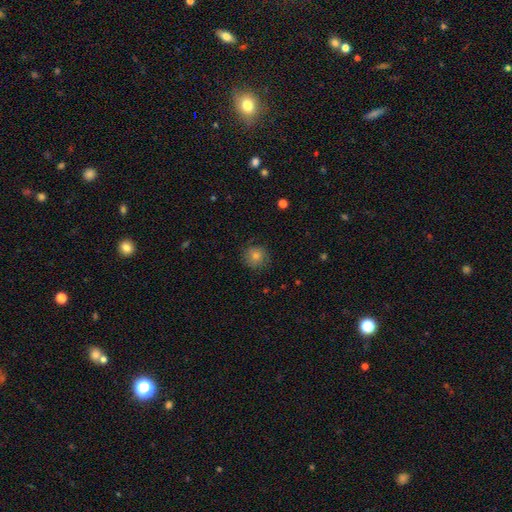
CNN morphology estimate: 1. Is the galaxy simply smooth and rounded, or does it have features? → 72% smooth, 15% star or artifact, 12% featured or disk.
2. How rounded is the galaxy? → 93% round, 6% in between, 1% cigar-shaped.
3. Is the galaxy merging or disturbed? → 86% none, 10% minor disturbance, 3% major disturbance, 1% merger.